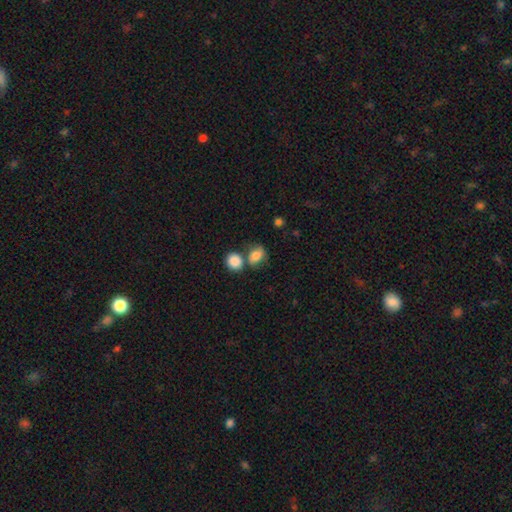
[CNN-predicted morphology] Q: Smooth or featured?
A: smooth (81%); runner-up: featured or disk (10%)
Q: How rounded?
A: in between (64%); runner-up: round (35%)
Q: Merging?
A: none (47%); runner-up: merger (32%)